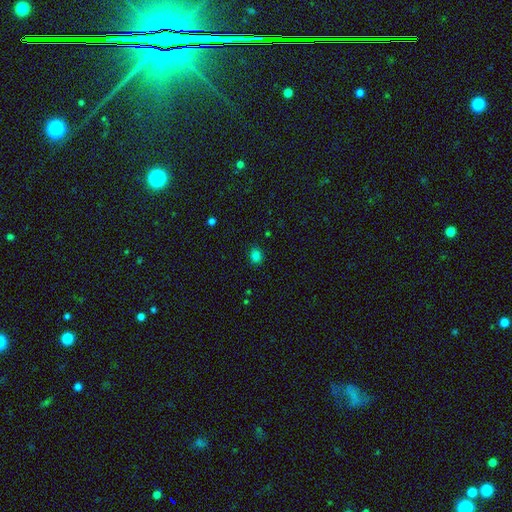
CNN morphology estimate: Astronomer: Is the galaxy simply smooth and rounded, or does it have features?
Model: smooth — 80%.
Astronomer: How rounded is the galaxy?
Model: round — 55% (runner-up: in between, 44%).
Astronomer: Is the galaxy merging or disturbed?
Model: none — 86%.